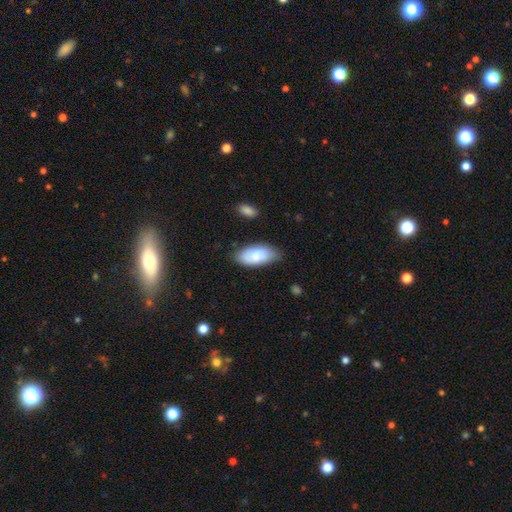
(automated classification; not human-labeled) smooth 79%, featured or disk 15%, star or artifact 6%. Down the decision tree: how rounded — in between (92%); merging — none (73%).